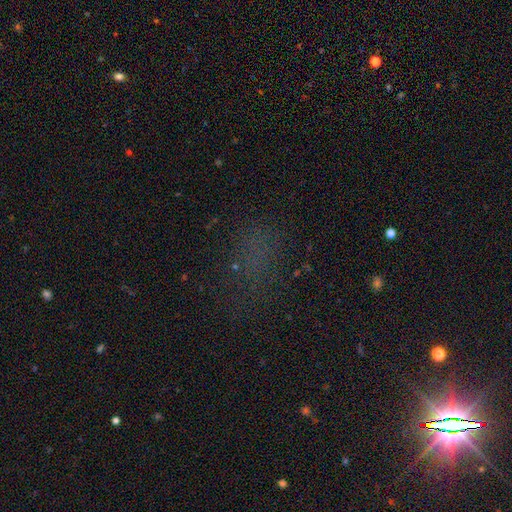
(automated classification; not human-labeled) star or artifact 58%, smooth 29%, featured or disk 13%.